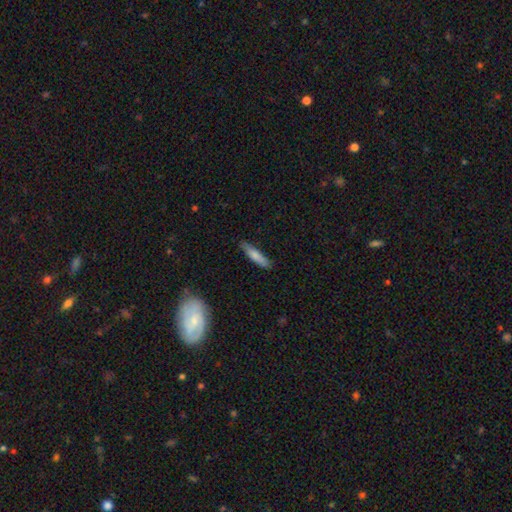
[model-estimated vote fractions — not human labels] Smooth or featured? smooth (78%)
How rounded? cigar-shaped (80%)
Merging? none (82%)